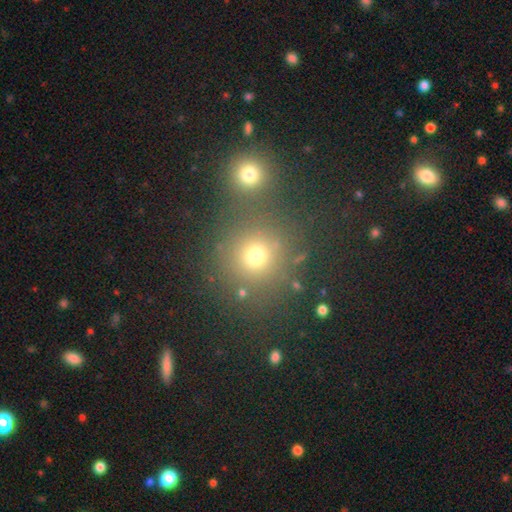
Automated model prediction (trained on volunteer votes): Smooth or featured? Predicted: smooth (p=0.71). How rounded? Predicted: round (p=0.89). Merging? Predicted: none (p=0.66).